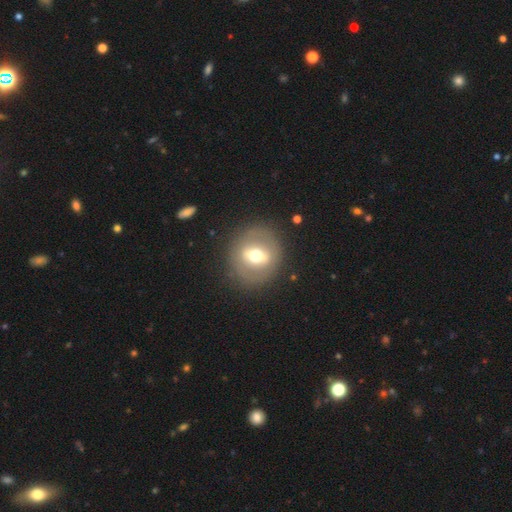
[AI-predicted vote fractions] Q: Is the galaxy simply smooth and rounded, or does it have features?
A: featured or disk — 52%.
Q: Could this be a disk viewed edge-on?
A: no — 86%.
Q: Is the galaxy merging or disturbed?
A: none — 83%.